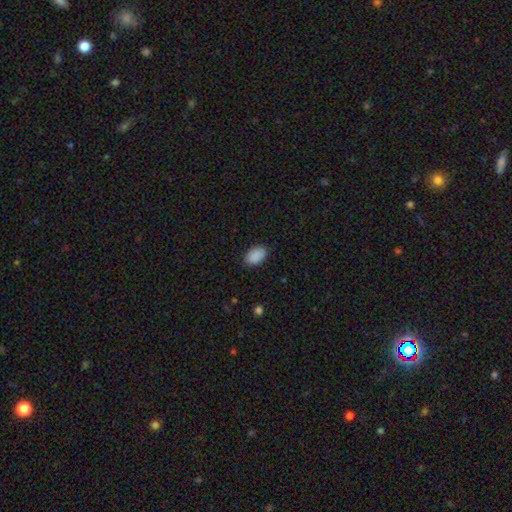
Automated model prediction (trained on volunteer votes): The model was most divided on "merging": none: 87%, minor disturbance: 10%, major disturbance: 2%, merger: 1%. More confident: how rounded — in between (90%); smooth or featured — smooth (90%).